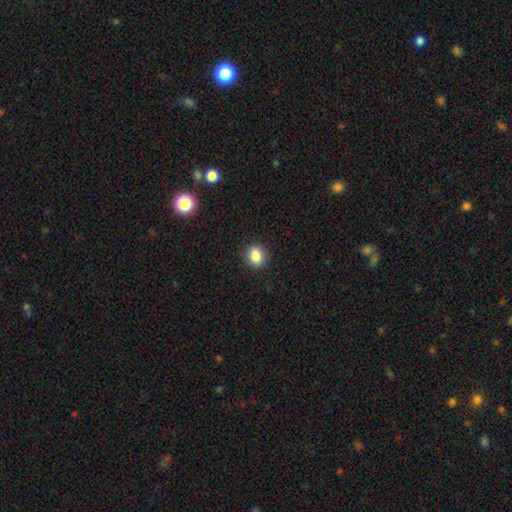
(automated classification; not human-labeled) smooth 85%, star or artifact 10%, featured or disk 5%. Down the decision tree: how rounded — round (63%); merging — none (90%).